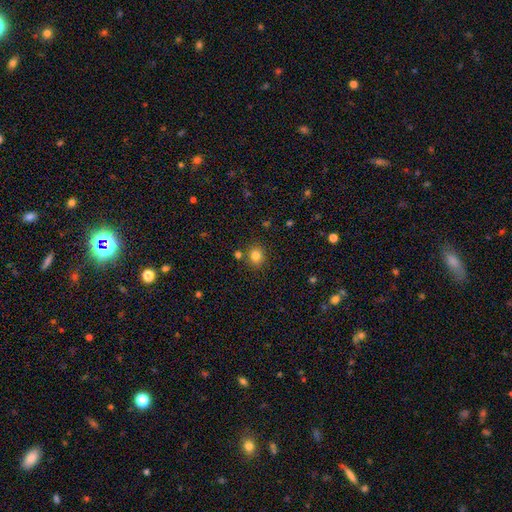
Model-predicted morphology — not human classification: Q: Smooth or featured?
A: smooth (82%); runner-up: star or artifact (12%)
Q: How rounded?
A: round (86%); runner-up: in between (14%)
Q: Merging?
A: none (81%); runner-up: minor disturbance (8%)